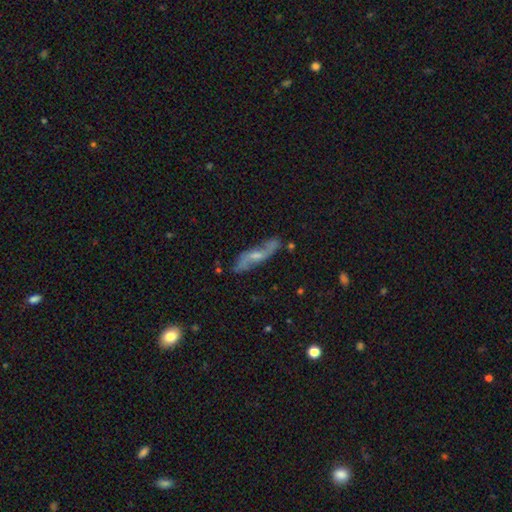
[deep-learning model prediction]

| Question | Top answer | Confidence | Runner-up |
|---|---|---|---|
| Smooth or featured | featured or disk | 71% | smooth (22%) |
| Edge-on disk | no | 70% | yes (30%) |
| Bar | no | 49% | weak (39%) |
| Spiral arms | yes | 88% | no (12%) |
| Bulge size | moderate | 47% | small (41%) |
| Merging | none | 73% | minor disturbance (18%) |